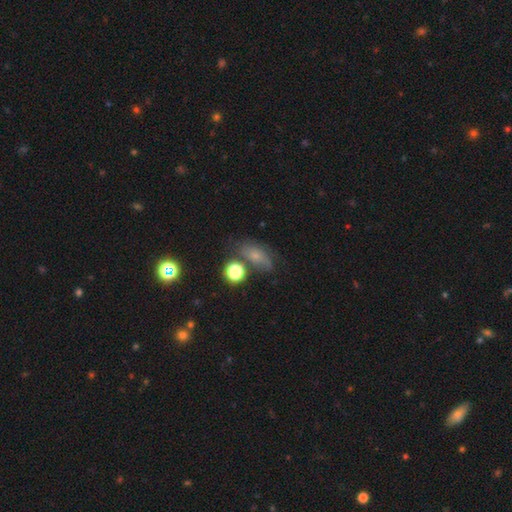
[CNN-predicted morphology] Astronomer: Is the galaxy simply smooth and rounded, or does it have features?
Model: smooth — 48% (runner-up: featured or disk, 31%).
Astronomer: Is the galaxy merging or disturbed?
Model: none — 53%.